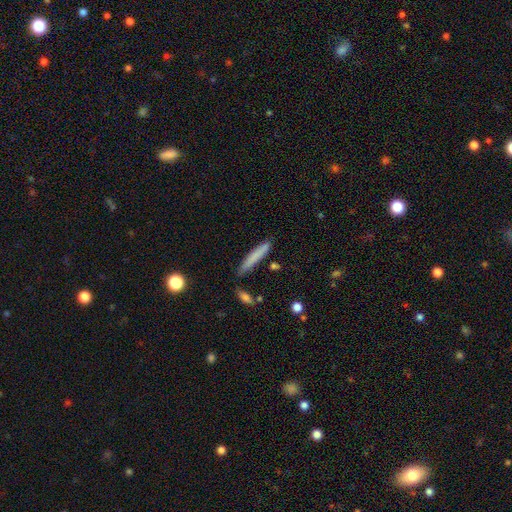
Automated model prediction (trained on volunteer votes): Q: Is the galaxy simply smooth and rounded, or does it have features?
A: smooth — 76%.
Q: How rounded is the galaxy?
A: cigar-shaped — 94%.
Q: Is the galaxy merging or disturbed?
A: none — 80%.